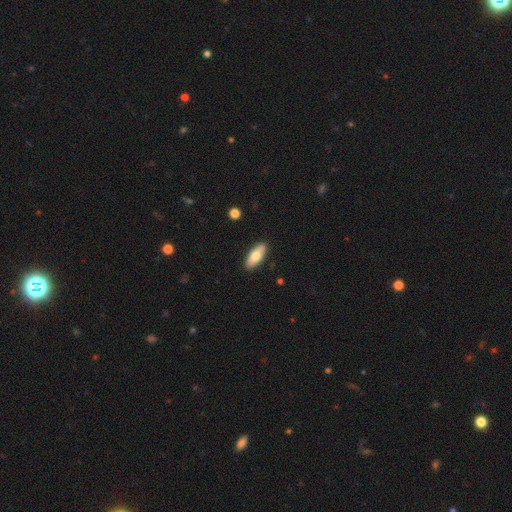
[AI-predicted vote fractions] Smooth or featured? Predicted: smooth (p=0.72). How rounded? Predicted: in between (p=0.83). Merging? Predicted: none (p=0.89).